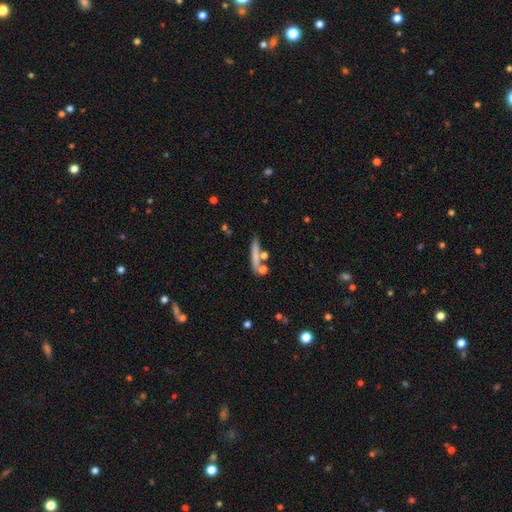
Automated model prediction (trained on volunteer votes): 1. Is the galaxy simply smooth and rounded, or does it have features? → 68% smooth, 23% featured or disk, 9% star or artifact.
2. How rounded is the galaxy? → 83% cigar-shaped, 11% in between, 6% round.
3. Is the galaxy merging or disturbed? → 67% none, 15% merger, 12% minor disturbance, 5% major disturbance.